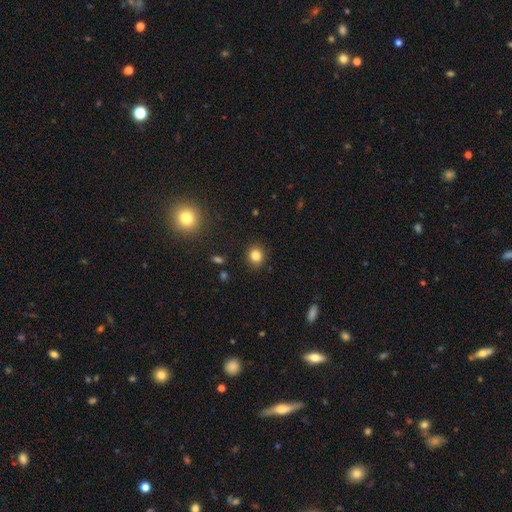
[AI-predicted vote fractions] Smooth or featured: smooth — 82% (star or artifact — 12%)
How rounded: round — 83% (in between — 16%)
Merging: none — 90% (minor disturbance — 7%)